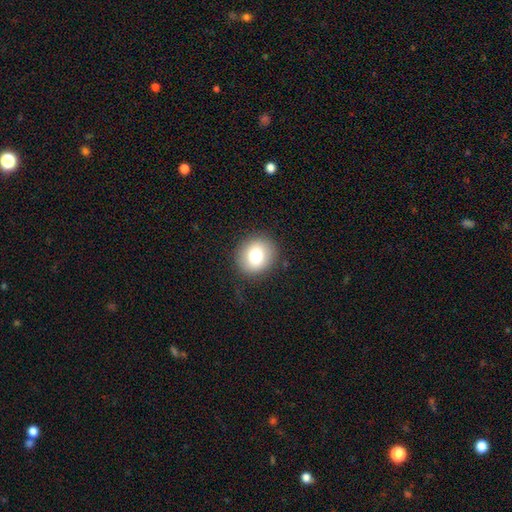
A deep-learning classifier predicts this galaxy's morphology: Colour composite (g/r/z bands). It shows a smooth galaxy with no disk features (77%) that is round (77%). Merging: none (87%).